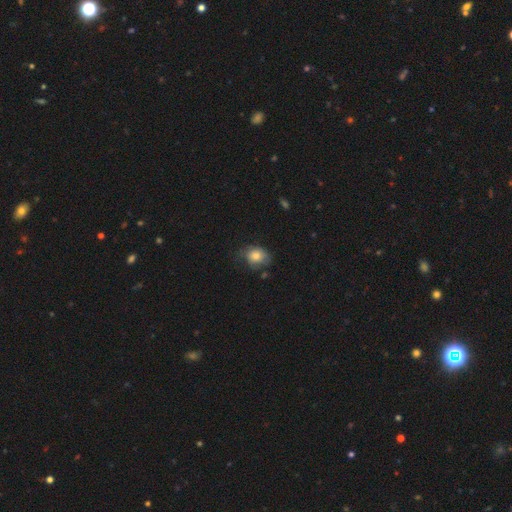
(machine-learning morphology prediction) type=smooth (78%); roundness=in between (57%); merging=none (53%).